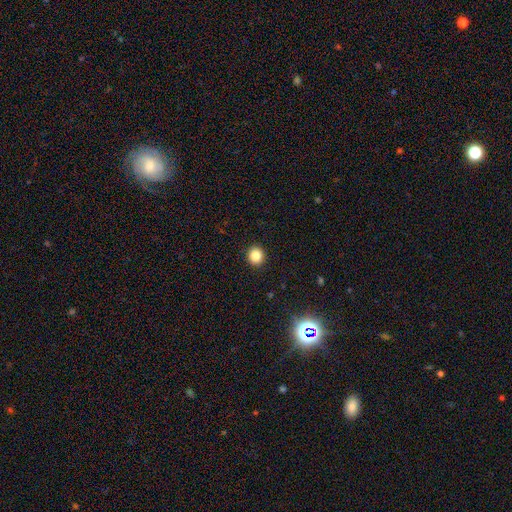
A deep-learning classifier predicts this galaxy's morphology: smooth-or-featured: smooth: 84% | star or artifact: 11% | featured or disk: 5%
  how-rounded: round: 91% | in between: 8% | cigar-shaped: 1%
  merging: none: 93% | minor disturbance: 5% | major disturbance: 2% | merger: 1%